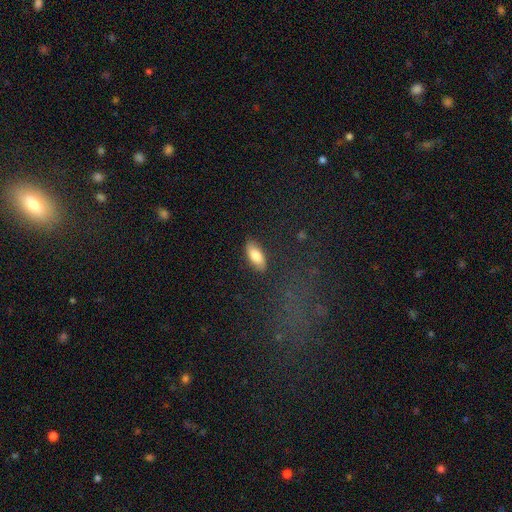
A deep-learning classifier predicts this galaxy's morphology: Overall: smooth (82%). How rounded: in between (83%). Merging: none (86%).